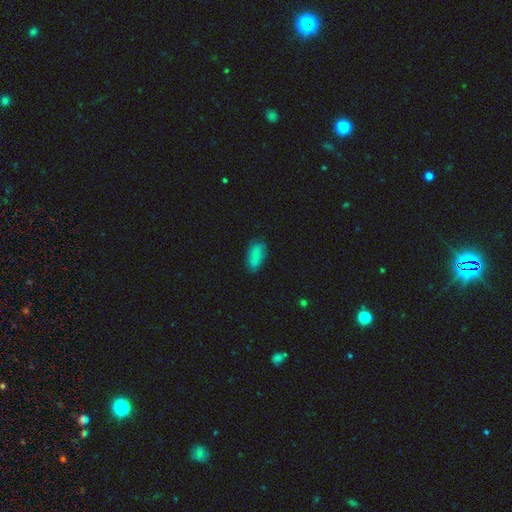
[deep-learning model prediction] This appears to be a smooth galaxy with no disk features (82%) that is in between round and cigar-shaped (89%). Merging: none (73%).